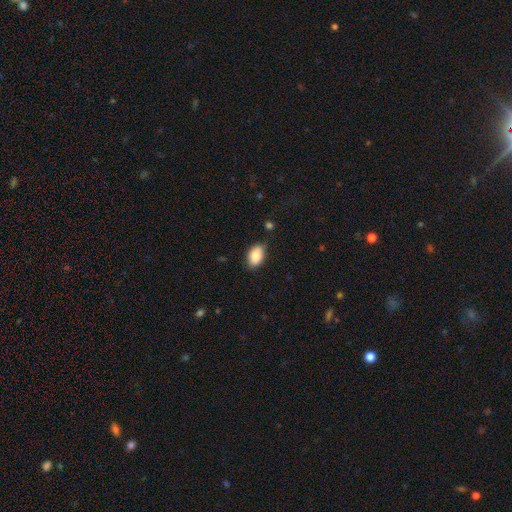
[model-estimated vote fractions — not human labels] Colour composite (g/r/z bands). It shows a smooth galaxy with no disk features (86%) that is in between round and cigar-shaped (90%). Merging: none (80%).